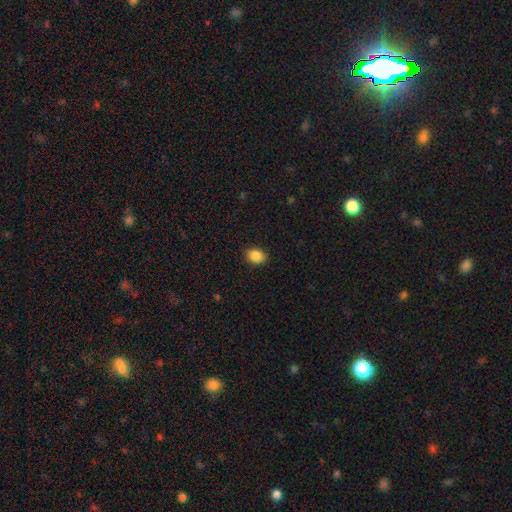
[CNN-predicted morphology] smooth 88%, star or artifact 9%, featured or disk 4%. Down the decision tree: how rounded — in between (58%); merging — none (89%).